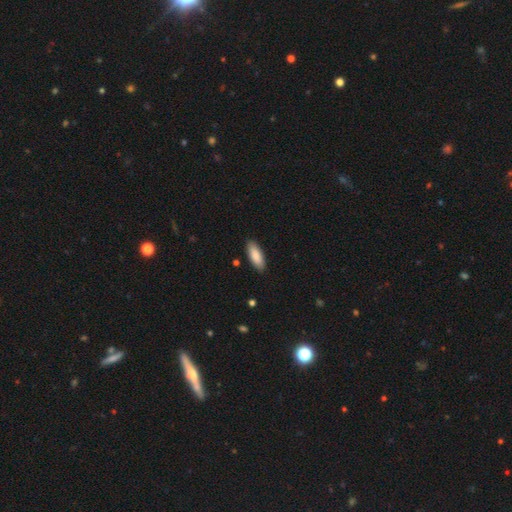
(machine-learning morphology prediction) Smooth or featured?
  - smooth: 88% *
  - featured or disk: 7%
  - star or artifact: 5%
How rounded?
  - in between: 73% *
  - cigar-shaped: 25%
  - round: 2%
Merging?
  - none: 89% *
  - minor disturbance: 8%
  - major disturbance: 2%
  - merger: 1%